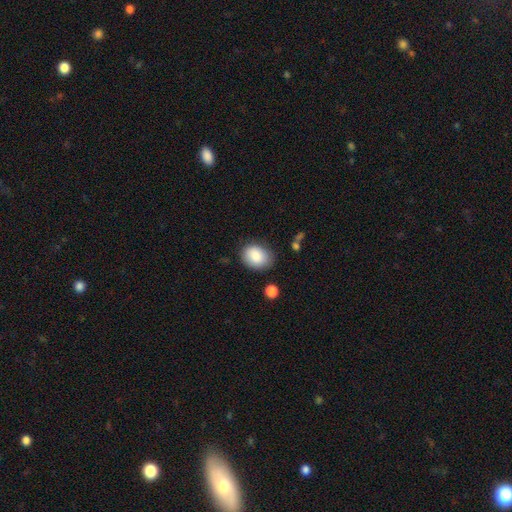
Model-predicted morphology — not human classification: This is clearly a smooth galaxy (86%). How rounded: likely in between (66%). Merging: likely none (76%).